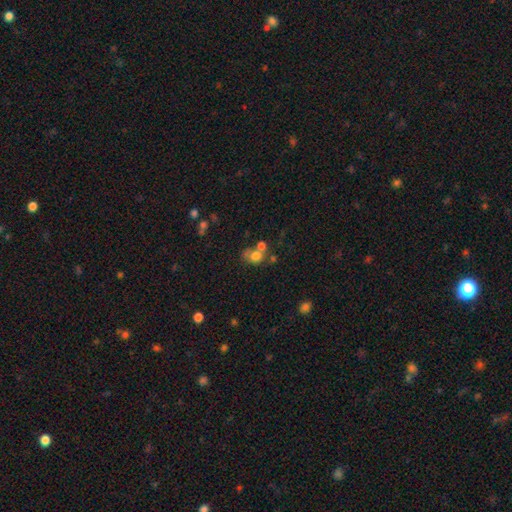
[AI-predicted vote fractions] This is likely a smooth galaxy (71%). How rounded: likely round (66%). Merging: marginally merger (43%).